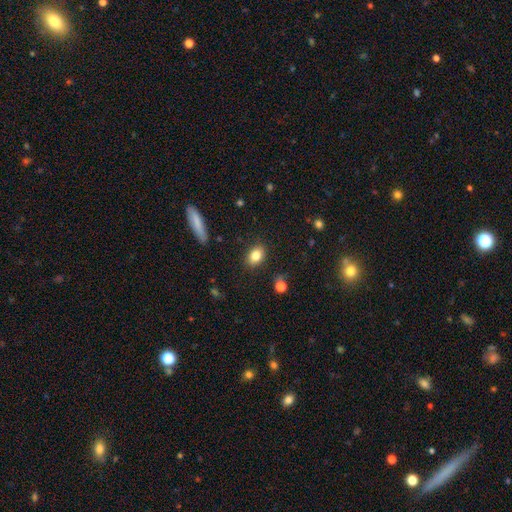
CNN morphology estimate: Smooth or featured?
  - smooth: 83% *
  - star or artifact: 9%
  - featured or disk: 8%
How rounded?
  - in between: 78% *
  - round: 20%
  - cigar-shaped: 2%
Merging?
  - none: 87% *
  - minor disturbance: 10%
  - major disturbance: 2%
  - merger: 1%